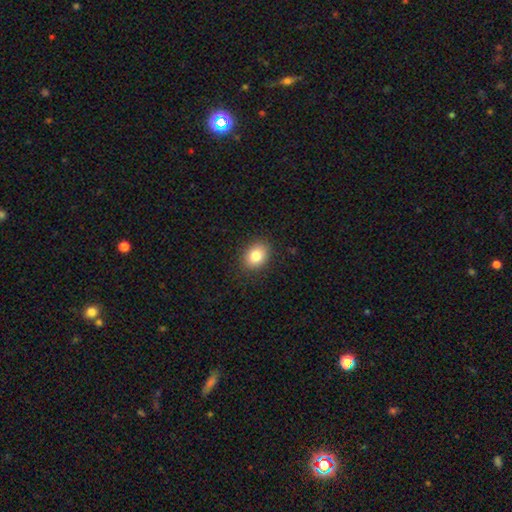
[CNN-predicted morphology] Q: Smooth or featured?
A: smooth (82%); runner-up: star or artifact (9%)
Q: How rounded?
A: in between (62%); runner-up: round (37%)
Q: Merging?
A: none (88%); runner-up: minor disturbance (8%)